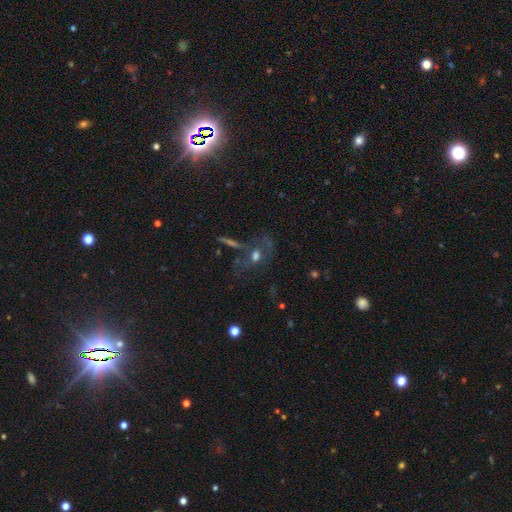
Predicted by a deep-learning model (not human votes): Smooth or featured: featured or disk — 44% (smooth — 38%)
Merging: none — 41% (major disturbance — 23%)